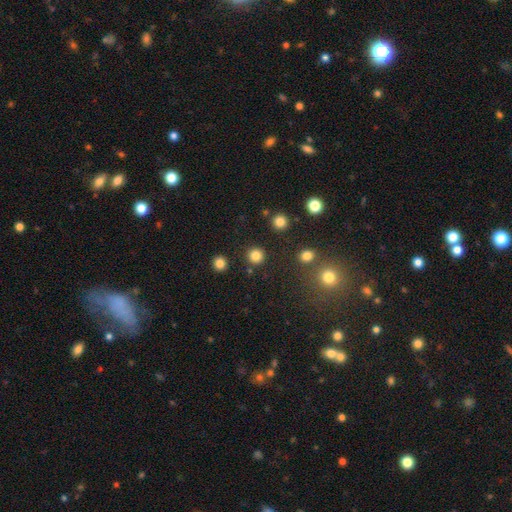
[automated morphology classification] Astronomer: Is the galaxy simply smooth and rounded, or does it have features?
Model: smooth — 84%.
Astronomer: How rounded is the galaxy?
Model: round — 94%.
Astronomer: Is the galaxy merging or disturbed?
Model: none — 91%.